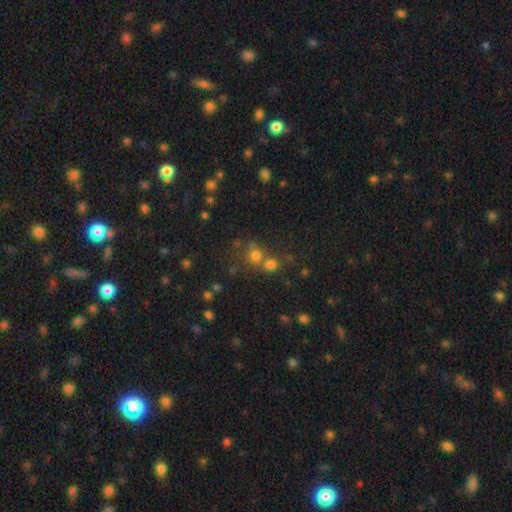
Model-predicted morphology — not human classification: type=smooth (67%); roundness=round (86%); merging=none (52%).